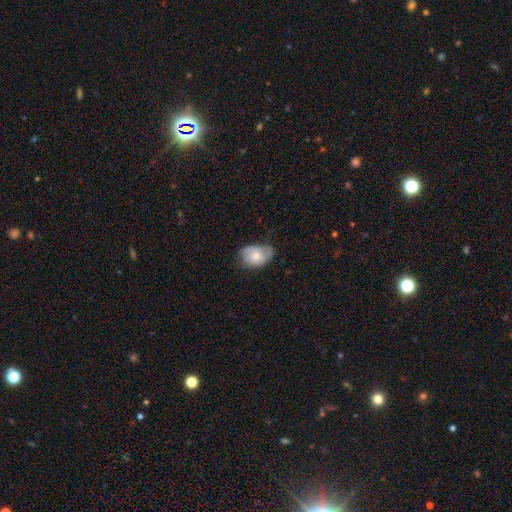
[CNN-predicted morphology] A smooth galaxy with no disk features (65%) that is in between round and cigar-shaped (80%).

Vote fractions:
- Smooth or featured? smooth: 65% / featured or disk: 28% / star or artifact: 7%
- How rounded? in between: 80% / round: 19% / cigar-shaped: 1%
- Merging? none: 50% / minor disturbance: 38% / major disturbance: 10% / merger: 2%